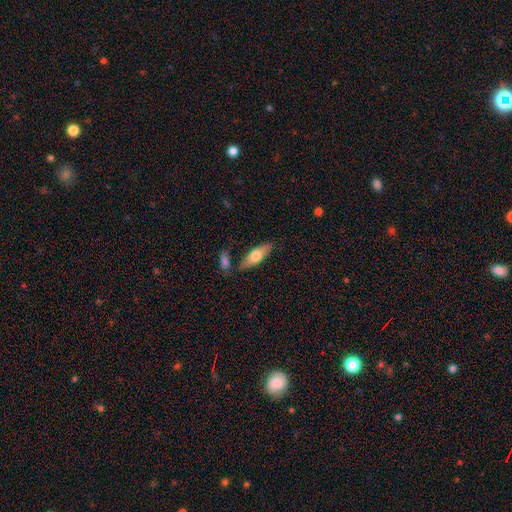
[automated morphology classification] Smooth or featured: smooth — 65% (featured or disk — 29%)
How rounded: in between — 60% (cigar-shaped — 38%)
Merging: none — 76% (minor disturbance — 13%)